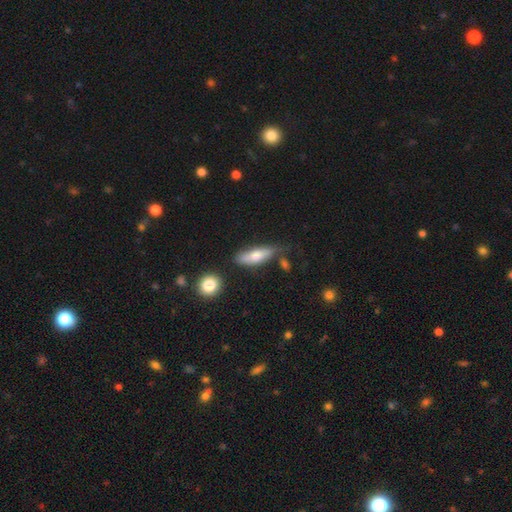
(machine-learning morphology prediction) Q: Smooth or featured?
A: smooth (68%); runner-up: featured or disk (25%)
Q: How rounded?
A: in between (54%); runner-up: cigar-shaped (43%)
Q: Merging?
A: none (60%); runner-up: minor disturbance (24%)